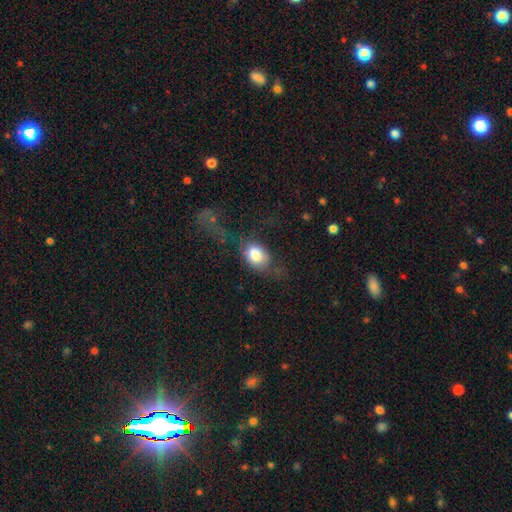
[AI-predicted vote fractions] The model was most divided on "merging": major disturbance: 41%, none: 31%, minor disturbance: 24%, merger: 5%. More confident: how rounded — in between (78%); smooth or featured — smooth (72%).